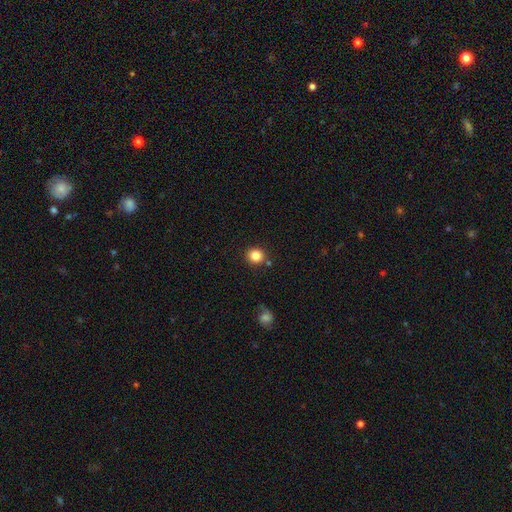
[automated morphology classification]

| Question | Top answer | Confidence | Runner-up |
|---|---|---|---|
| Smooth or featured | smooth | 84% | star or artifact (10%) |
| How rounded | round | 91% | in between (8%) |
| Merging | none | 85% | minor disturbance (8%) |